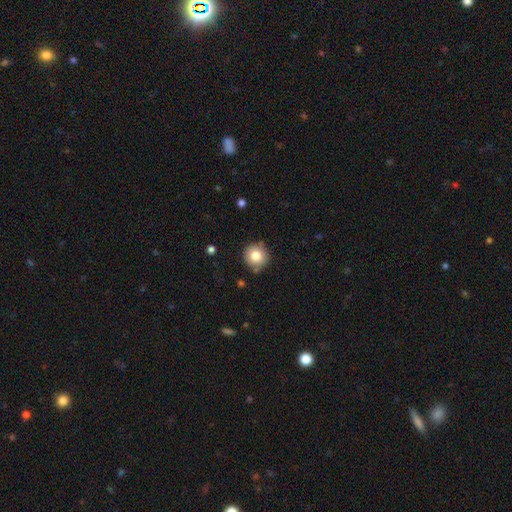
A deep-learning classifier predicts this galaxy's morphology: A smooth galaxy with no disk features (81%) that is round (94%). Merging: none (83%).